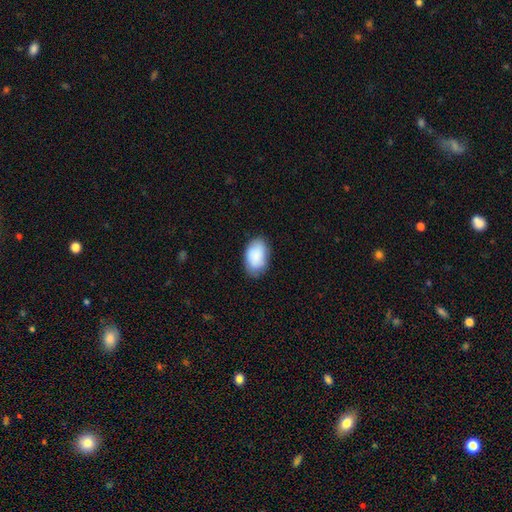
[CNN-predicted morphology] Smooth or featured: smooth — 88% (star or artifact — 6%)
How rounded: in between — 92% (round — 6%)
Merging: none — 79% (minor disturbance — 16%)